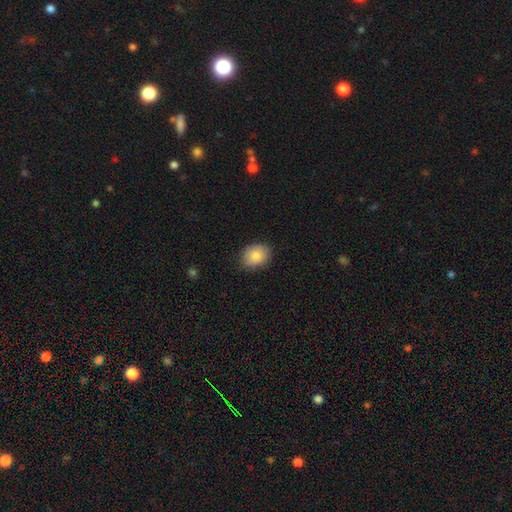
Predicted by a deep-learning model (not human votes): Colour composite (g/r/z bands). It shows a smooth galaxy with no disk features (87%) that is in between round and cigar-shaped (58%). Merging: none (82%).